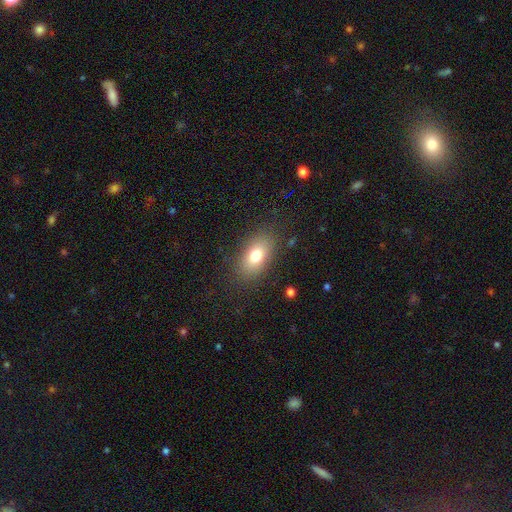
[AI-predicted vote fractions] Morphology: type=smooth (78%); roundness=in between (88%); merging=none (83%).